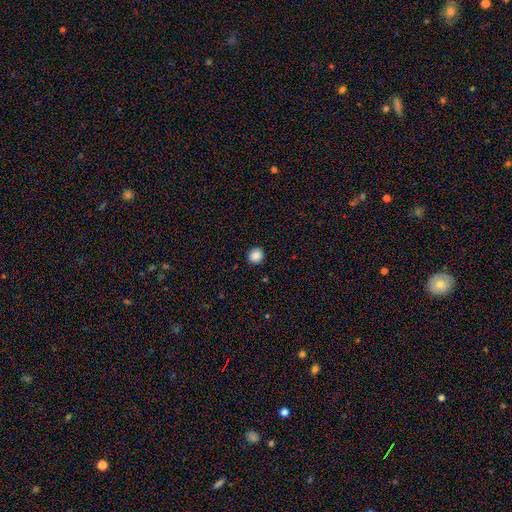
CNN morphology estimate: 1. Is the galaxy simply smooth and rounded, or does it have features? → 88% smooth, 9% star or artifact, 3% featured or disk.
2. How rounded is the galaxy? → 80% round, 19% in between, 1% cigar-shaped.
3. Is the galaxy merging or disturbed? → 91% none, 6% minor disturbance, 2% major disturbance, 1% merger.